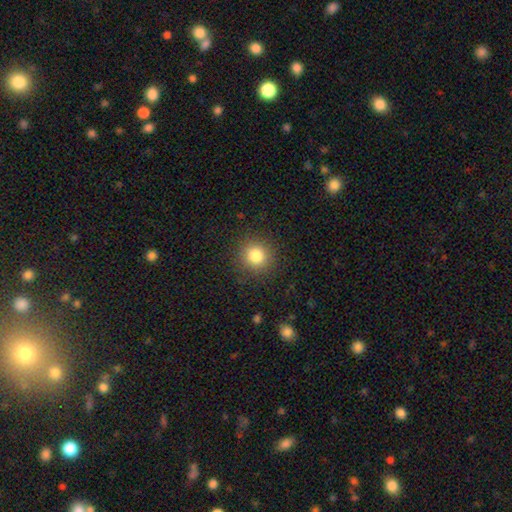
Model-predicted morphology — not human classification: type=smooth (81%); roundness=round (92%); merging=none (90%).